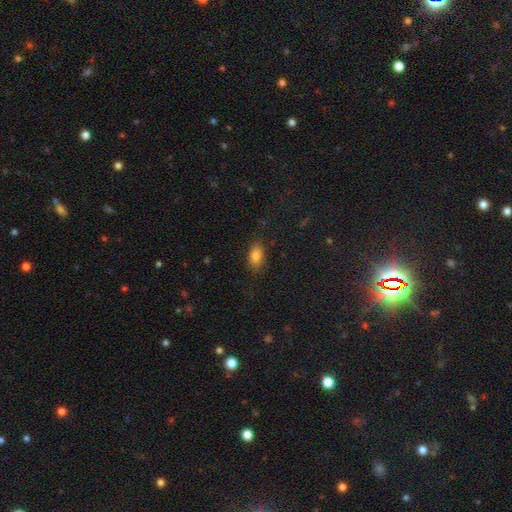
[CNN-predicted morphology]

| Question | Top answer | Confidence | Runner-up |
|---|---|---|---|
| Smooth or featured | smooth | 84% | star or artifact (9%) |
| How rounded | in between | 89% | round (7%) |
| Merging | none | 84% | minor disturbance (12%) |